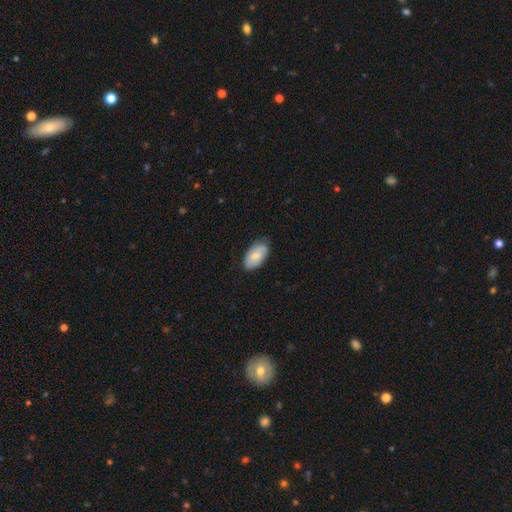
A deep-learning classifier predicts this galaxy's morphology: Overall: smooth (74%). How rounded: in between (95%). Merging: none (77%).